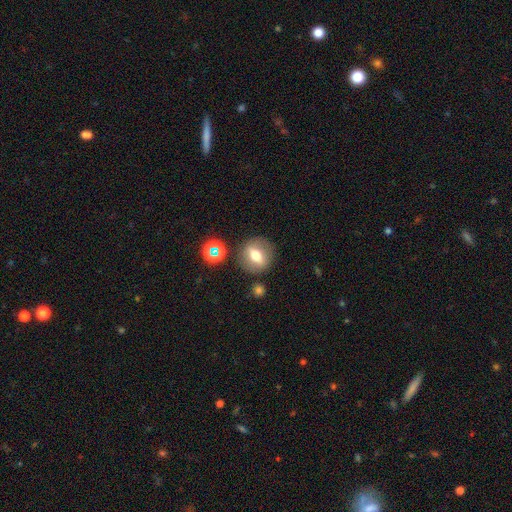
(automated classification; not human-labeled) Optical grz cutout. It shows a smooth galaxy with no disk features (54%) that is round (63%). Merging: none (83%).